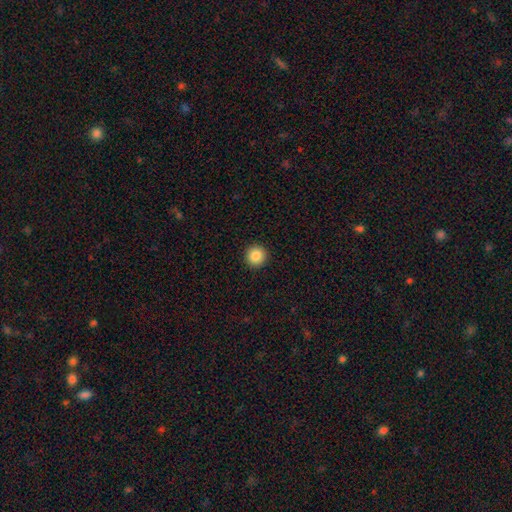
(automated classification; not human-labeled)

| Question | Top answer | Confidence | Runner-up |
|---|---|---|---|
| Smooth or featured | smooth | 86% | star or artifact (10%) |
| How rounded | round | 96% | in between (3%) |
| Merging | none | 93% | minor disturbance (4%) |